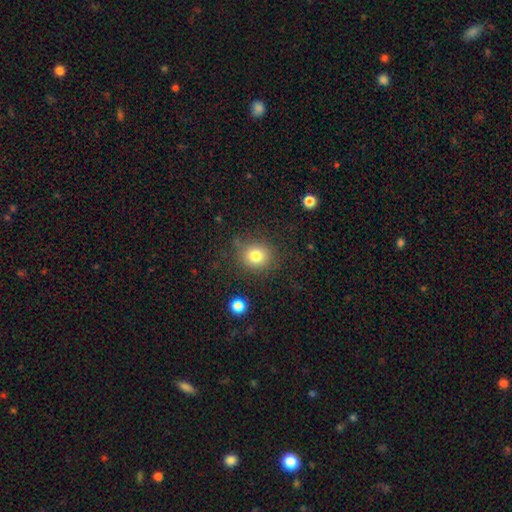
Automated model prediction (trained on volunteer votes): Morphology: type=smooth (80%); roundness=round (78%); merging=none (78%).